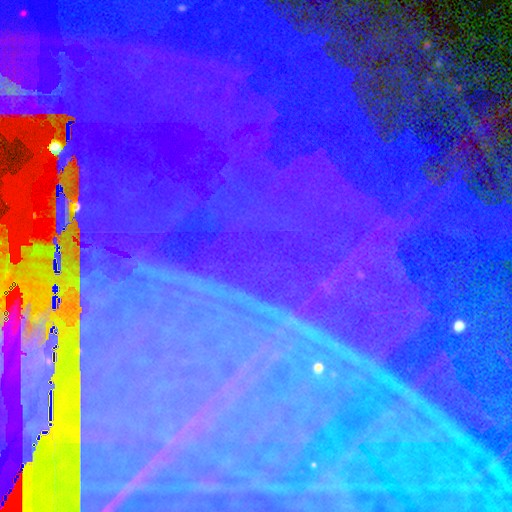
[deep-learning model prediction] star or artifact 84%, featured or disk 9%, smooth 7%.